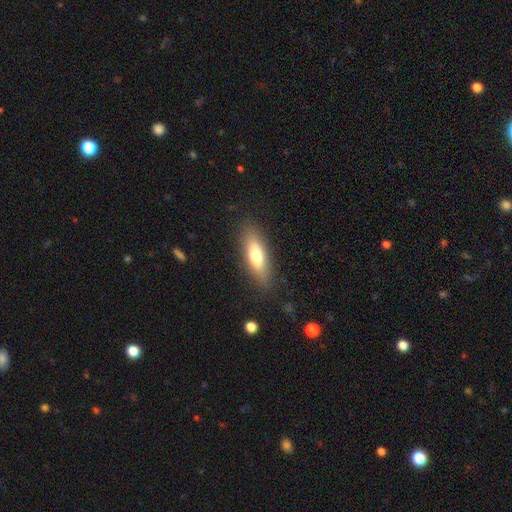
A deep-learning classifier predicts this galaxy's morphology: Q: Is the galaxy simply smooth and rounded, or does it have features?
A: smooth — 70%.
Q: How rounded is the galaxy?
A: in between — 56%.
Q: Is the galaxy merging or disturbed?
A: none — 84%.